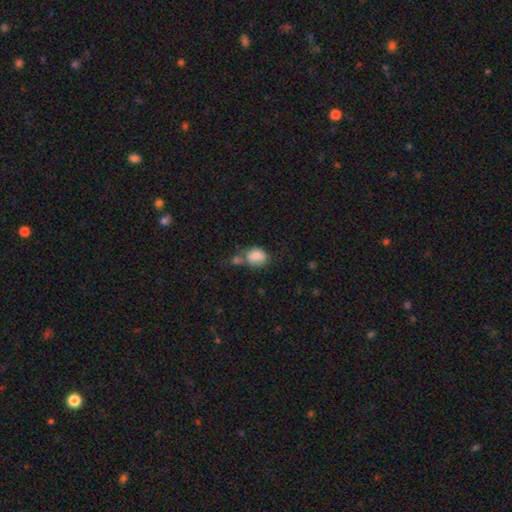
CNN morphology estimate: Smooth or featured? Predicted: smooth (p=0.80). How rounded? Predicted: round (p=0.56). Merging? Predicted: none (p=0.43).